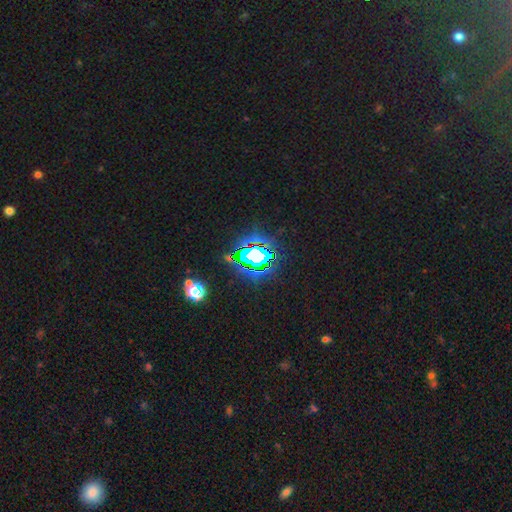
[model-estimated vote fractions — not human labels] star or artifact 74%, smooth 14%, featured or disk 12%.